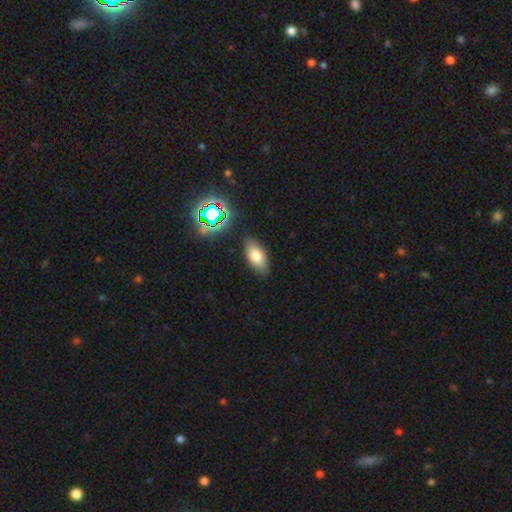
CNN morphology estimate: A smooth galaxy with no disk features (72%) that is in between round and cigar-shaped (88%).

Vote fractions:
- Smooth or featured? smooth: 72% / featured or disk: 15% / star or artifact: 12%
- How rounded? in between: 88% / cigar-shaped: 8% / round: 4%
- Merging? none: 85% / minor disturbance: 11% / major disturbance: 2% / merger: 2%